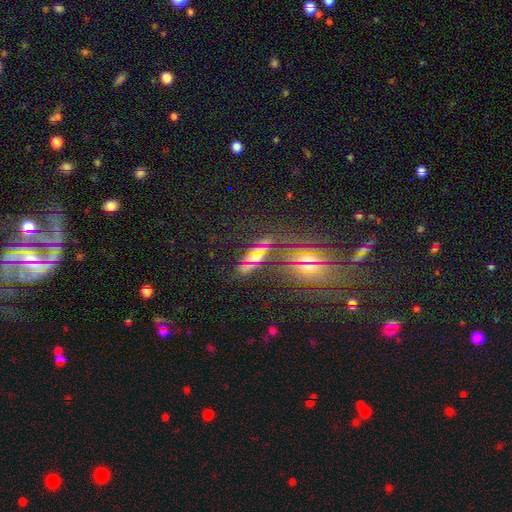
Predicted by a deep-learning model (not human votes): Smooth or featured: star or artifact — 60% (smooth — 25%)